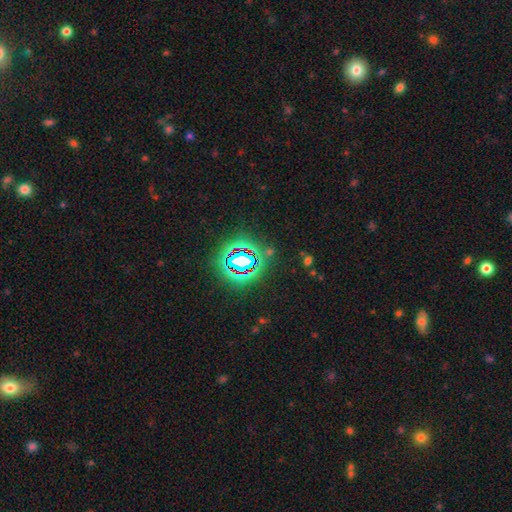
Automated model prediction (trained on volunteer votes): Overall: star or artifact (76%).